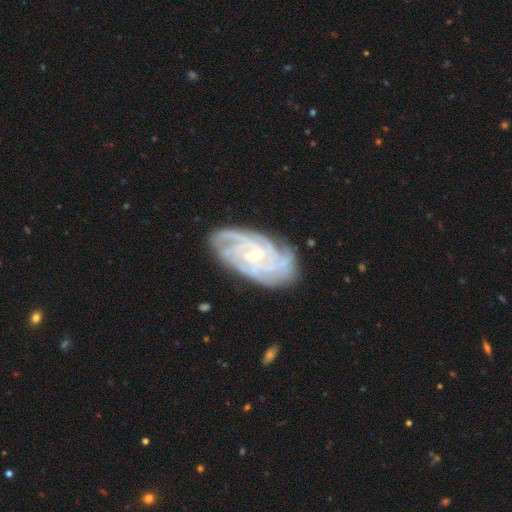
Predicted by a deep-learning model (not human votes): featured or disk 89%, star or artifact 5%, smooth 5%. Down the decision tree: edge-on disk — no (96%); bar — no (53%); spiral arms — yes (98%); spiral arm count — 4 (33%); spiral winding — tight (70%); bulge size — small (71%); merging — none (79%).